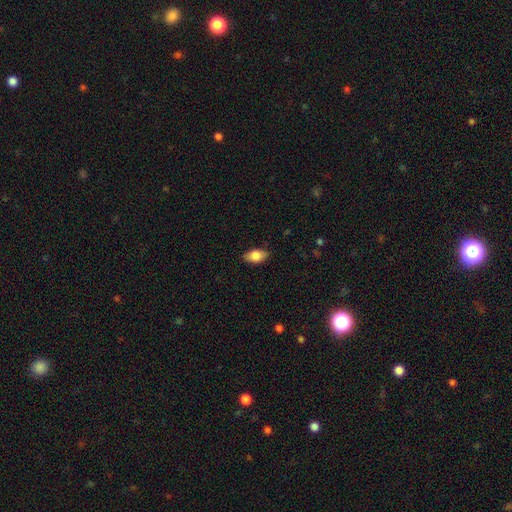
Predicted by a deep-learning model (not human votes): A smooth galaxy with no disk features (80%) that is in between round and cigar-shaped (90%). Merging: none (85%).